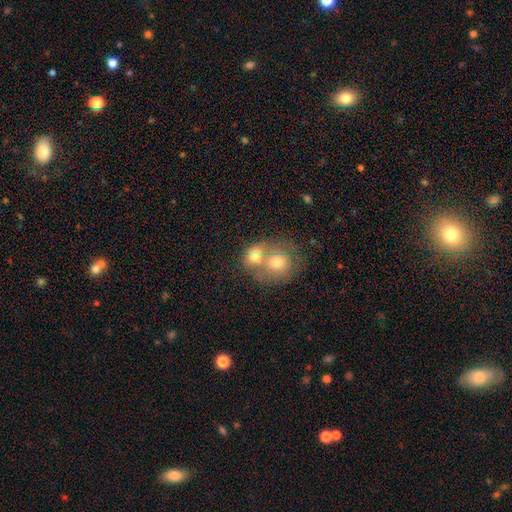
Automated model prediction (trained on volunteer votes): Smooth or featured?
  - smooth: 65% *
  - featured or disk: 26%
  - star or artifact: 9%
How rounded?
  - round: 65% *
  - in between: 34%
  - cigar-shaped: 1%
Merging?
  - merger: 66% *
  - none: 22%
  - minor disturbance: 7%
  - major disturbance: 5%